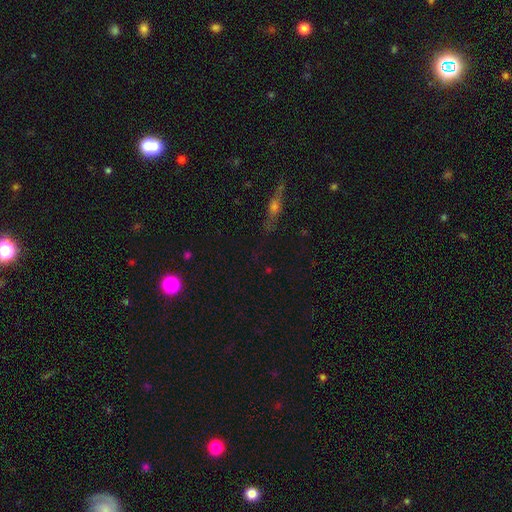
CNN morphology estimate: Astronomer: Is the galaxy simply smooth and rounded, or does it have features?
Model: star or artifact — 50% (runner-up: smooth, 35%).